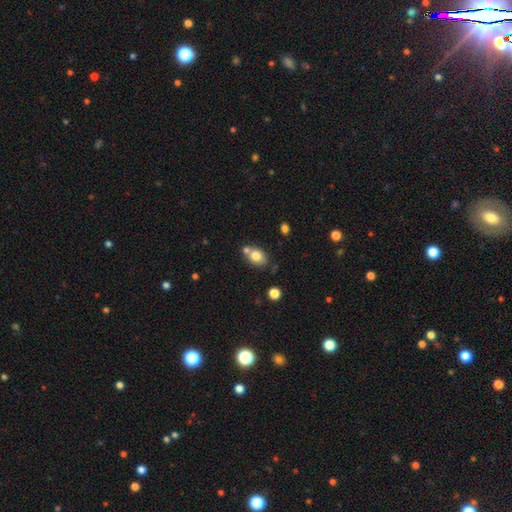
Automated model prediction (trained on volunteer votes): Smooth or featured: smooth — 78% (featured or disk — 13%)
How rounded: in between — 63% (round — 36%)
Merging: none — 56% (merger — 26%)